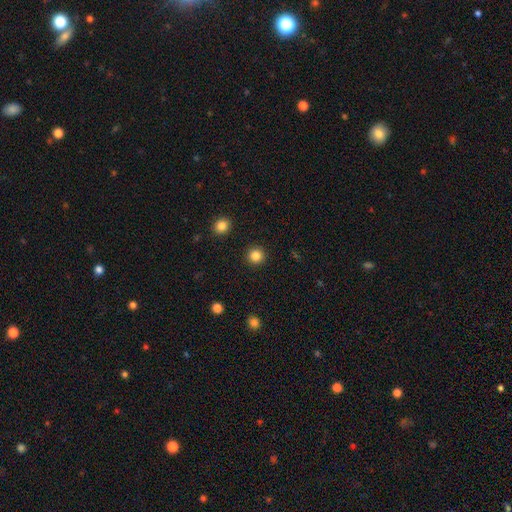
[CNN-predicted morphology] This appears to be a smooth galaxy with no disk features (85%) that is round (94%). Merging: none (93%).